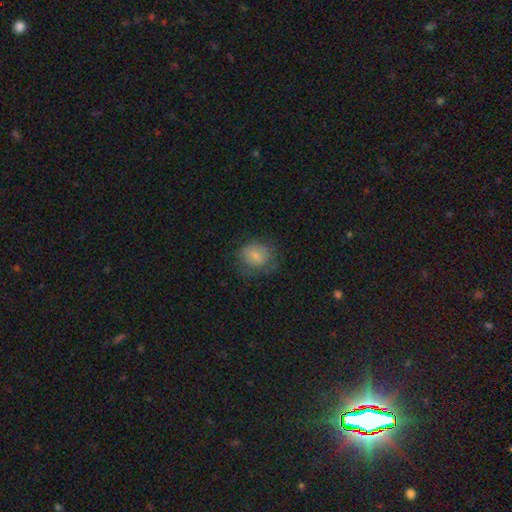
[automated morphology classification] The model was most divided on "how rounded": round: 68%, in between: 31%, cigar-shaped: 1%. More confident: smooth or featured — smooth (72%); merging — none (64%).